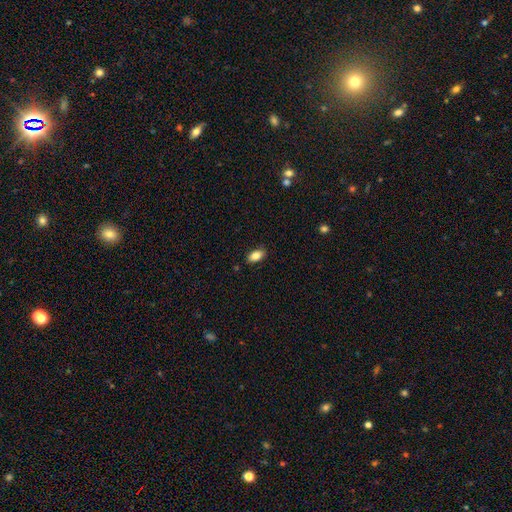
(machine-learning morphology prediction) Smooth or featured? smooth (85%)
How rounded? in between (91%)
Merging? none (87%)